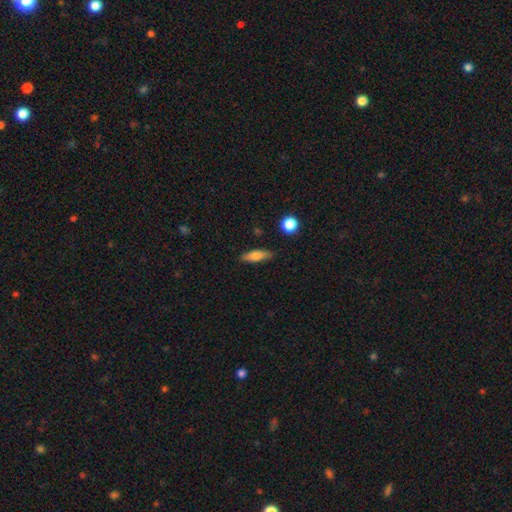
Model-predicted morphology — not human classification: Smooth or featured? smooth (73%)
How rounded? cigar-shaped (51%)
Merging? none (85%)